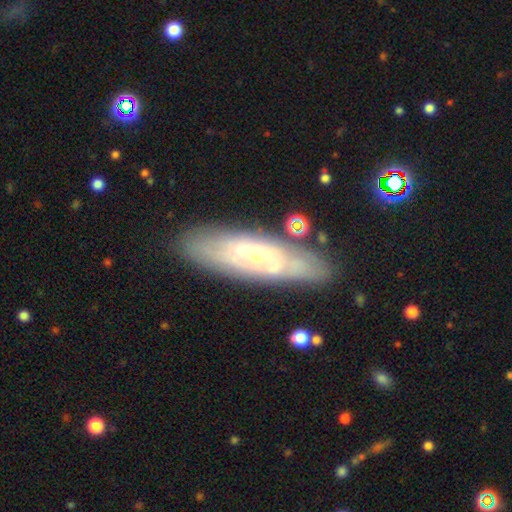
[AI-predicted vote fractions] A featured or disk galaxy (65%). Merging: none (81%).